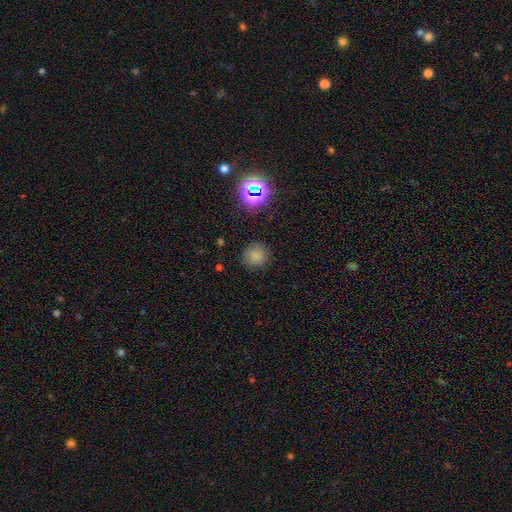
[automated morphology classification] This is likely a smooth galaxy (77%). How rounded: clearly round (88%). Merging: clearly none (86%).